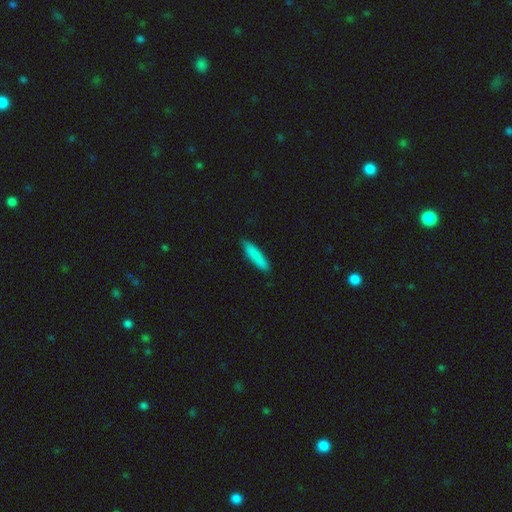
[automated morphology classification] smooth_or_featured: smooth (p=0.85) [alt: featured or disk p=0.09]
how_rounded: cigar-shaped (p=0.81) [alt: in between p=0.17]
merging: none (p=0.86) [alt: minor disturbance p=0.11]